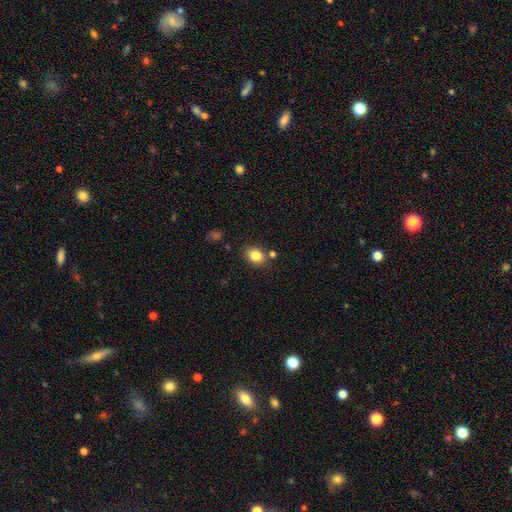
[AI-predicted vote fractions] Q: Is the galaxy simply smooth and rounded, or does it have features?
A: smooth — 83%.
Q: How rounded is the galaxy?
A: in between — 51%.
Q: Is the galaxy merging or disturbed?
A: none — 79%.